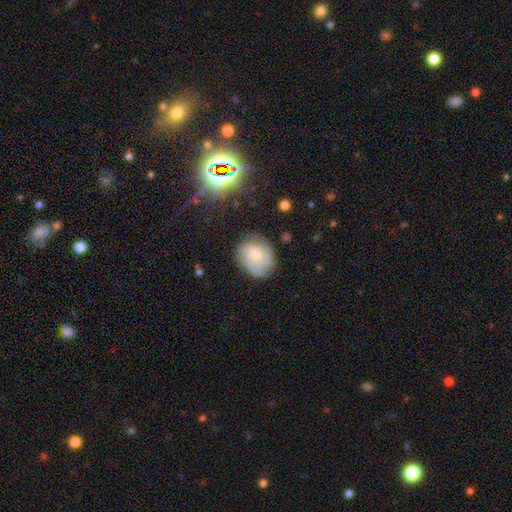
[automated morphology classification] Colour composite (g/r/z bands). It shows a featured or disk galaxy (60%) with no bar (80%), tight (50%) spiral arms (87%) and a small central bulge (54%). Merging: none (68%).